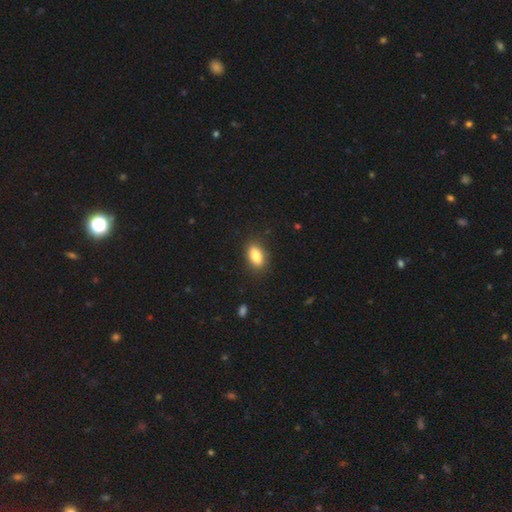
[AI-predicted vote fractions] Smooth or featured?
  - smooth: 85% *
  - star or artifact: 8%
  - featured or disk: 7%
How rounded?
  - in between: 88% *
  - round: 7%
  - cigar-shaped: 6%
Merging?
  - none: 87% *
  - minor disturbance: 9%
  - major disturbance: 2%
  - merger: 1%